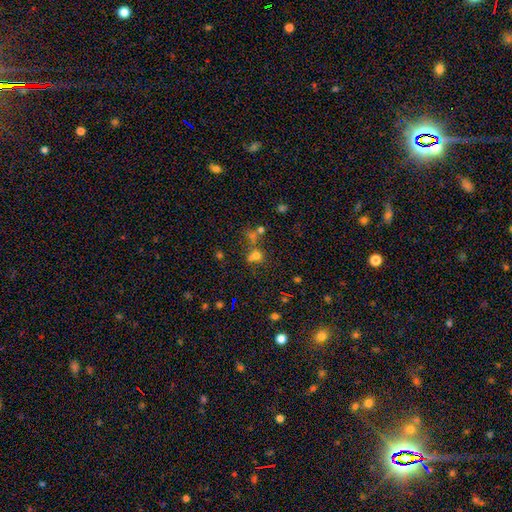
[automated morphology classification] smooth-or-featured: smooth: 58% | star or artifact: 29% | featured or disk: 13%
  how-rounded: round: 70% | in between: 27% | cigar-shaped: 2%
  merging: none: 43% | merger: 34% | minor disturbance: 13% | major disturbance: 11%